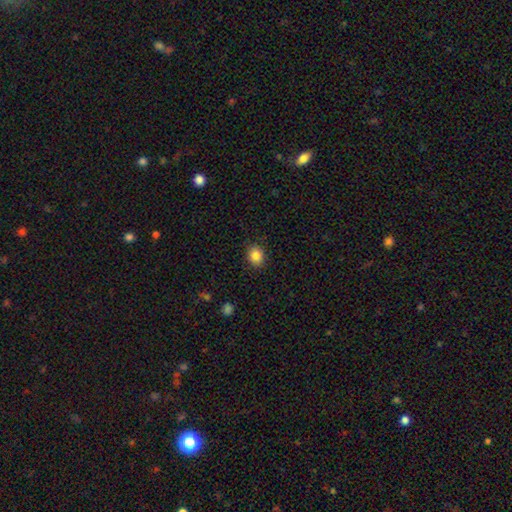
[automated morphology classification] This is clearly a smooth galaxy (85%). How rounded: possibly round (57%). Merging: clearly none (89%).